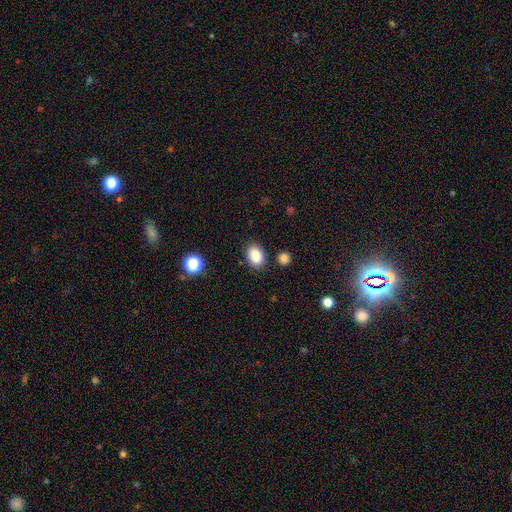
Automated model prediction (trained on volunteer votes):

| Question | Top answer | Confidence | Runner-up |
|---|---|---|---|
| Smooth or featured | smooth | 86% | star or artifact (9%) |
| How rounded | in between | 76% | round (23%) |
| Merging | none | 83% | minor disturbance (11%) |